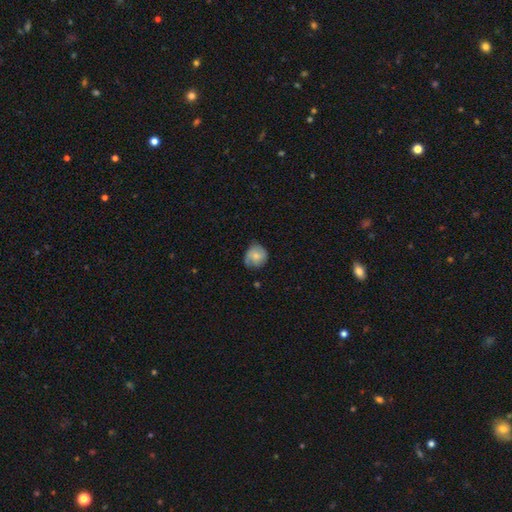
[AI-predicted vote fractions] A smooth galaxy with no disk features (70%) that is round (83%). Merging: none (65%).